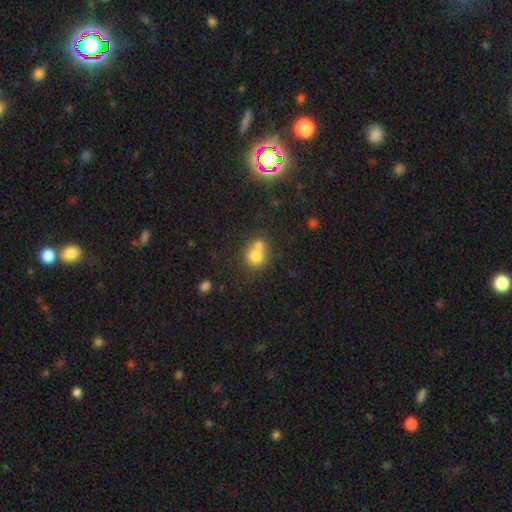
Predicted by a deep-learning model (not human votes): A smooth galaxy with no disk features (76%) that is round (76%). Merging: merger (50%).